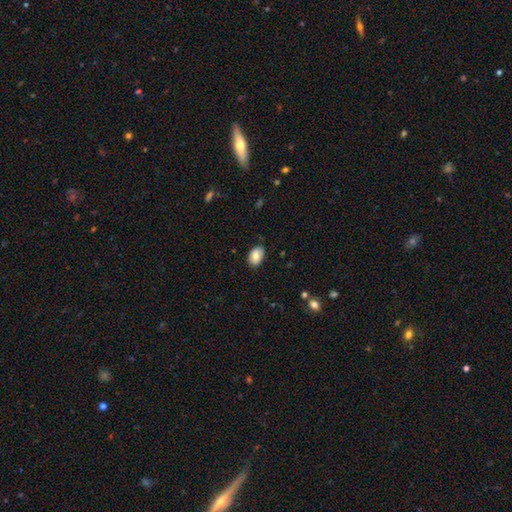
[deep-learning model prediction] Smooth or featured: smooth — 78% (featured or disk — 15%)
How rounded: in between — 88% (round — 11%)
Merging: none — 80% (minor disturbance — 16%)